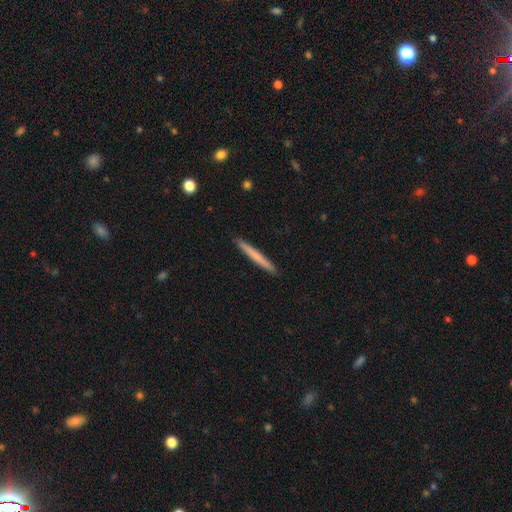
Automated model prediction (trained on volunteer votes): smooth_or_featured: smooth (p=0.68) [alt: featured or disk p=0.27]
how_rounded: cigar-shaped (p=0.97) [alt: in between p=0.02]
merging: none (p=0.92) [alt: minor disturbance p=0.05]